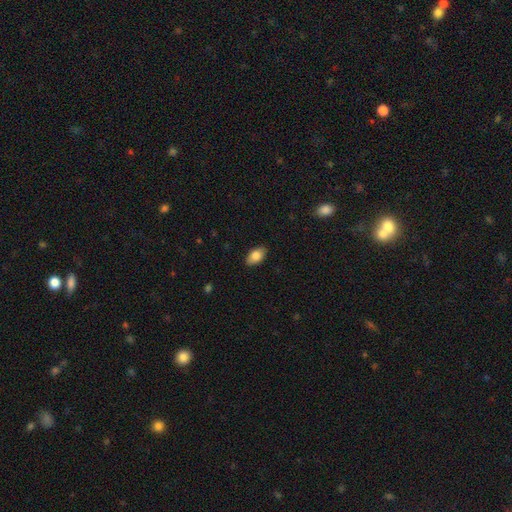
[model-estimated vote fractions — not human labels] This is clearly a smooth galaxy (84%). How rounded: clearly in between (93%). Merging: clearly none (88%).